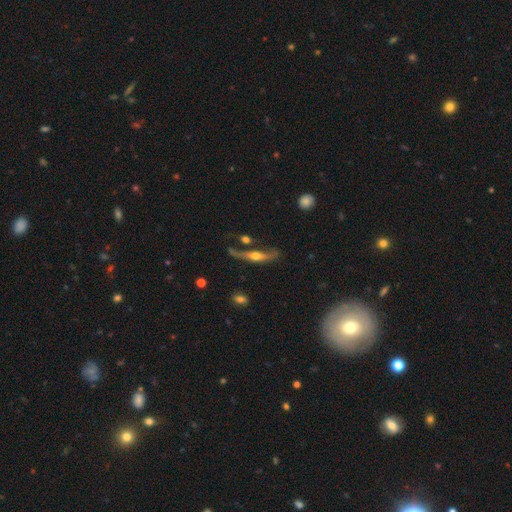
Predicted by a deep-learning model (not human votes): This is likely a featured or disk galaxy (70%). It is clearly viewed edge-on (83%). Edge-on bulge: clearly rounded (91%). Merging: possibly none (54%).